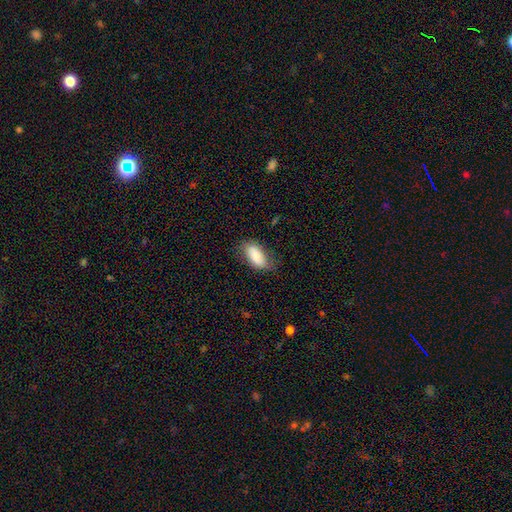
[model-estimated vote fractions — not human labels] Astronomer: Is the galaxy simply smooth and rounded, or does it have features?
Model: smooth — 78%.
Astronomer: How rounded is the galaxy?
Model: in between — 91%.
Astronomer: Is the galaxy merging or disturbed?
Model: none — 72%.